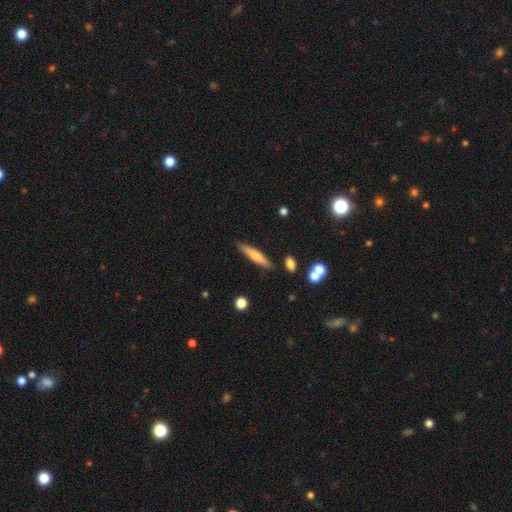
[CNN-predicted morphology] This appears to be a smooth galaxy with no disk features (70%) that is cigar-shaped (87%). Merging: none (85%).